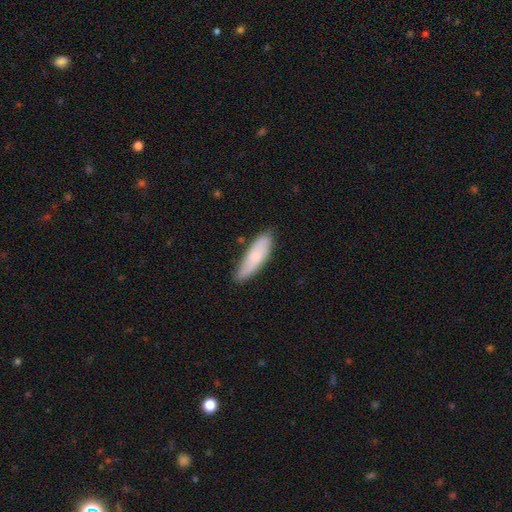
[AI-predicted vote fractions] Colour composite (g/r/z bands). It shows a smooth galaxy with no disk features (69%) that is cigar-shaped (51%). Merging: none (76%).